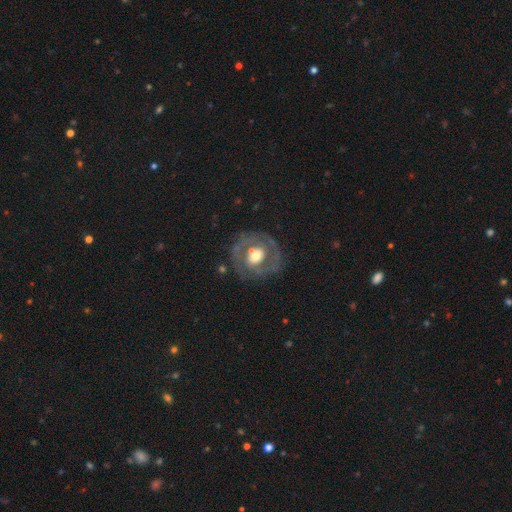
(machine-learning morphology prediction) Overall: featured or disk (65%; smooth 28%). Edge-on disk: no (96%). Bar: no (66%). Spiral arms: no (55%; yes 45%). Bulge size: moderate (59%; large 25%). Merging: none (71%).